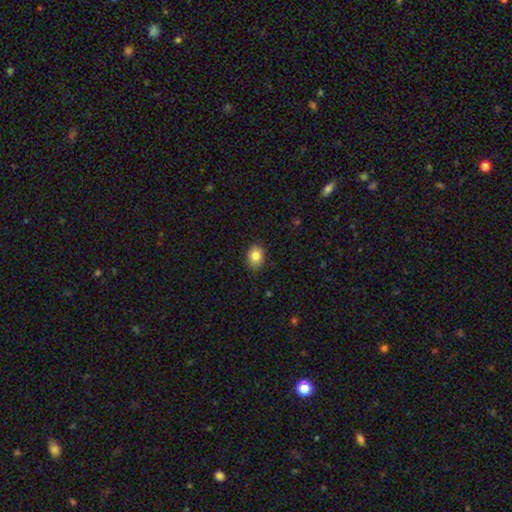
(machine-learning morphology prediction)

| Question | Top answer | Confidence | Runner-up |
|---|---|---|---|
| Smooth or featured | smooth | 83% | star or artifact (9%) |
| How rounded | in between | 61% | round (38%) |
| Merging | none | 83% | minor disturbance (14%) |